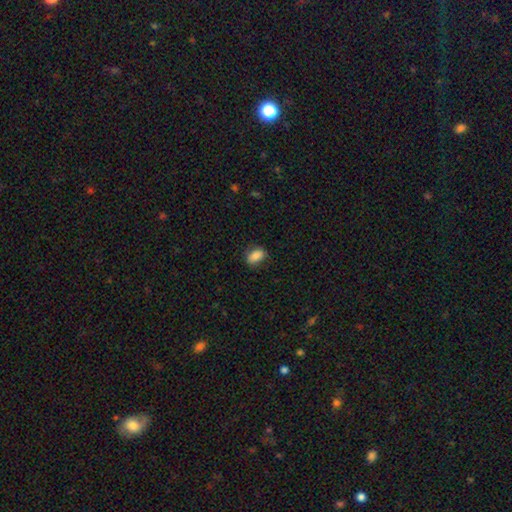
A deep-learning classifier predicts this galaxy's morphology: This is clearly a smooth galaxy (85%). How rounded: clearly in between (86%). Merging: likely none (79%).